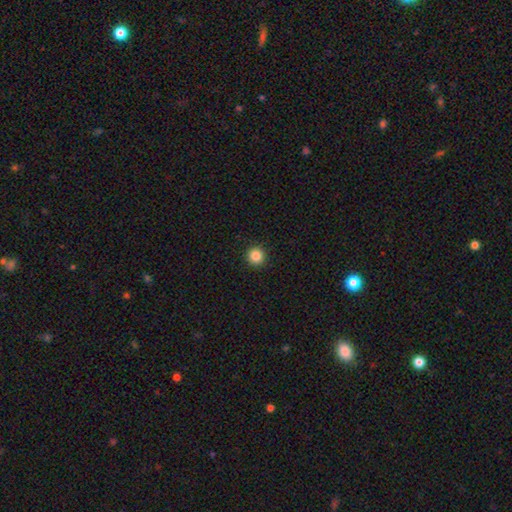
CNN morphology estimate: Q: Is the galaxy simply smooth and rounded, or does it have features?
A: smooth — 86%.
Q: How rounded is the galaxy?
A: round — 96%.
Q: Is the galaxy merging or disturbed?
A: none — 93%.